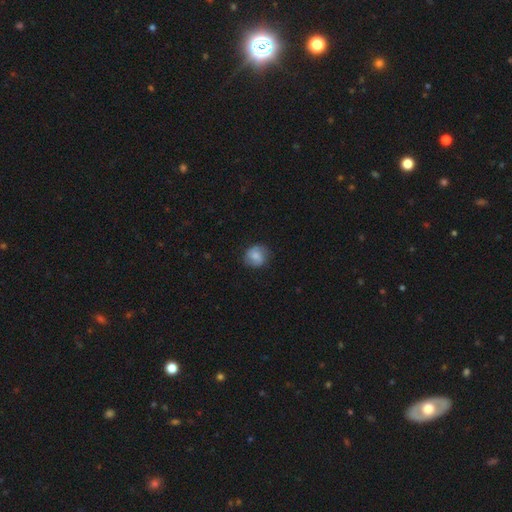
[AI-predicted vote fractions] smooth 64%, featured or disk 28%, star or artifact 8%. Down the decision tree: how rounded — round (78%); merging — none (79%).